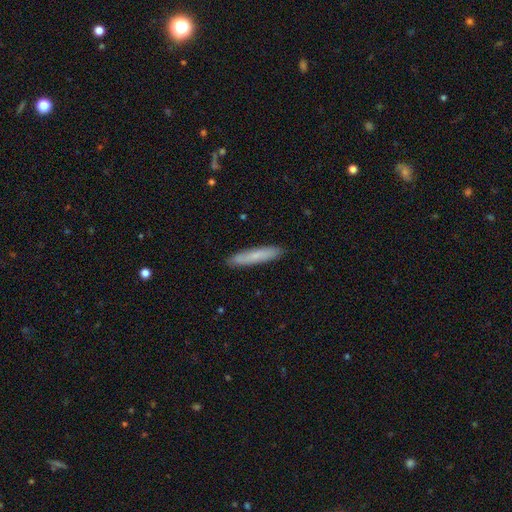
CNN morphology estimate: Q: Smooth or featured?
A: smooth (71%); runner-up: featured or disk (23%)
Q: How rounded?
A: cigar-shaped (91%); runner-up: in between (7%)
Q: Merging?
A: none (89%); runner-up: minor disturbance (8%)